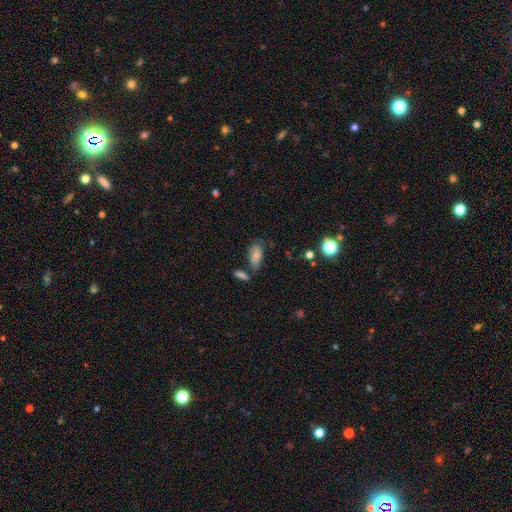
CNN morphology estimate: Smooth or featured: smooth — 80% (featured or disk — 11%)
How rounded: in between — 88% (cigar-shaped — 8%)
Merging: none — 56% (minor disturbance — 24%)